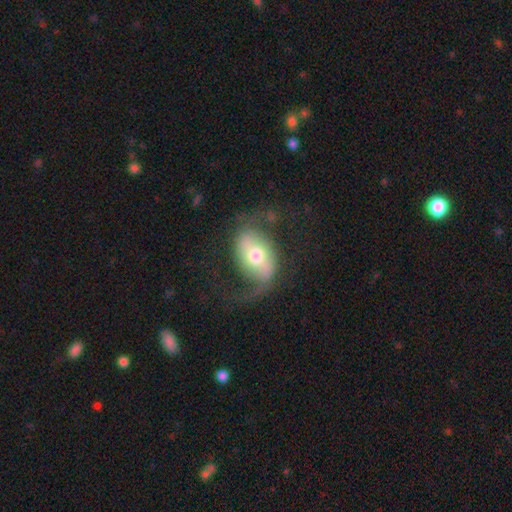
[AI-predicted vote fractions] A featured or disk galaxy (74%) with a strong bar (38%), 2 (80%) loose (67%) spiral arms (86%) and a moderate central bulge (67%). Merging: none (59%).